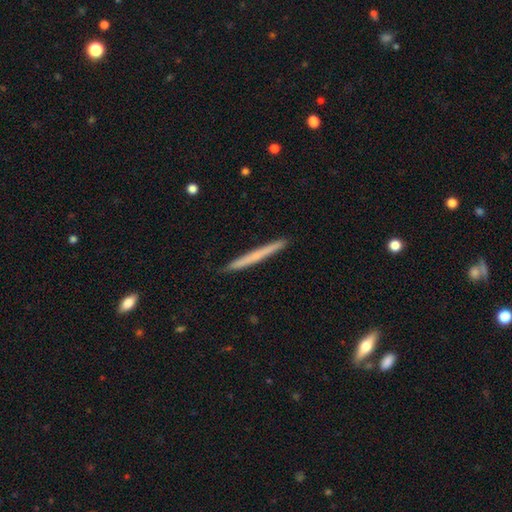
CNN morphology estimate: This appears to be a smooth galaxy with no disk features (53%) that is cigar-shaped (97%). Merging: none (91%).